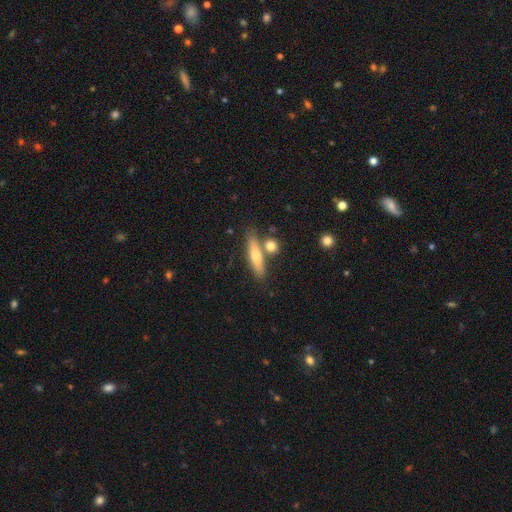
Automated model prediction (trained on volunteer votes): smooth 66%, featured or disk 28%, star or artifact 6%. Down the decision tree: how rounded — cigar-shaped (73%); merging — none (69%).